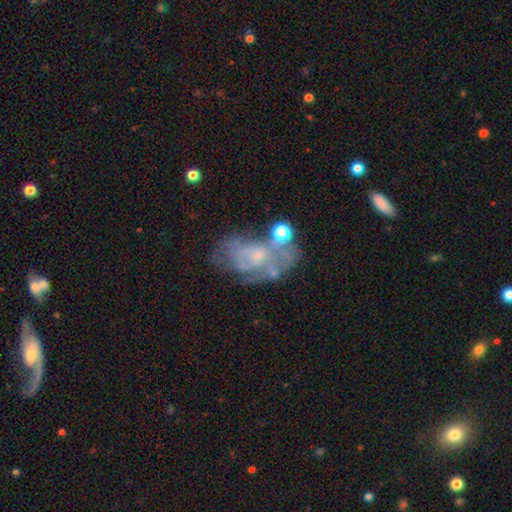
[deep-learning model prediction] The model was most divided on "spiral arms": no: 51%, yes: 49%. Remaining: edge-on disk — no (97%); bar — no (77%); smooth or featured — featured or disk (66%); bulge size — small (53%); merging — none (36%).